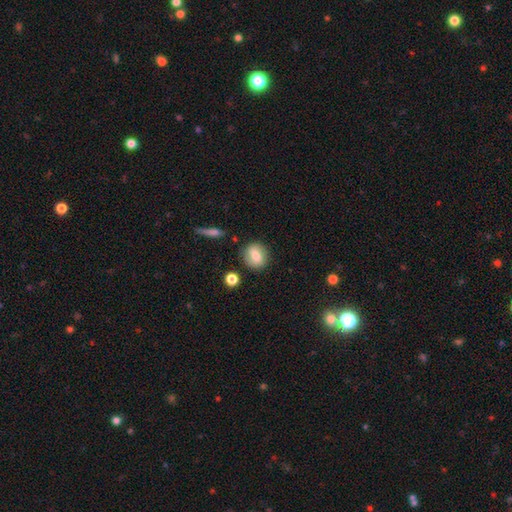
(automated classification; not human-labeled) Smooth or featured? Predicted: smooth (p=0.67). How rounded? Predicted: round (p=0.72). Merging? Predicted: none (p=0.82).